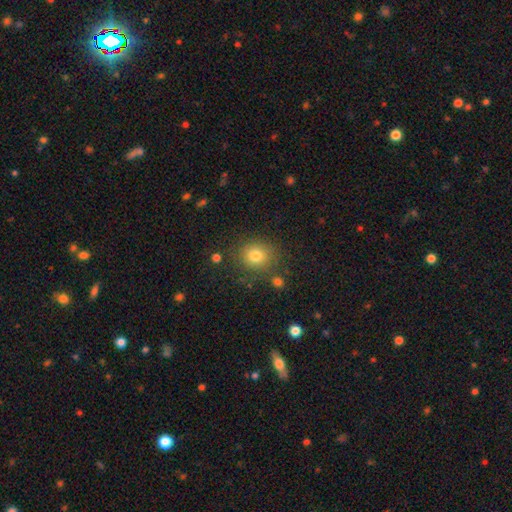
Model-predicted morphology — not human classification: Smooth or featured? Predicted: smooth (p=0.79). How rounded? Predicted: round (p=0.80). Merging? Predicted: none (p=0.81).